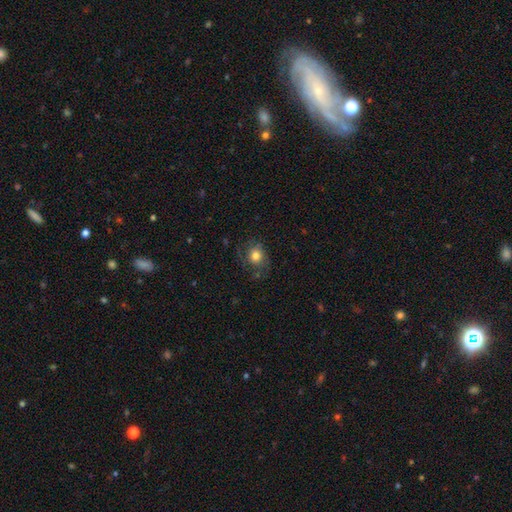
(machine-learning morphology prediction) type=smooth (70%); roundness=round (69%); merging=none (66%).